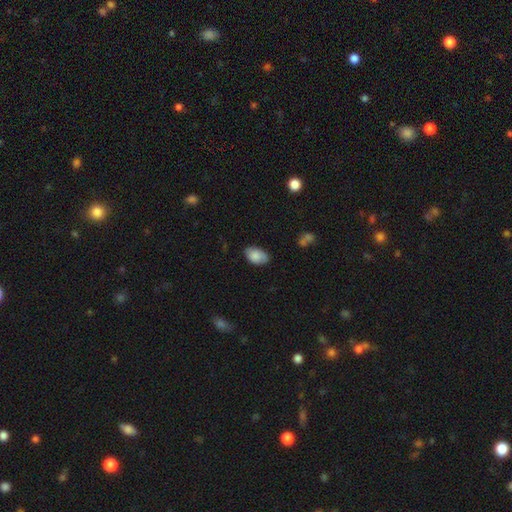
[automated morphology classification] Smooth or featured: smooth — 82% (featured or disk — 11%)
How rounded: in between — 92% (round — 7%)
Merging: none — 74% (minor disturbance — 21%)